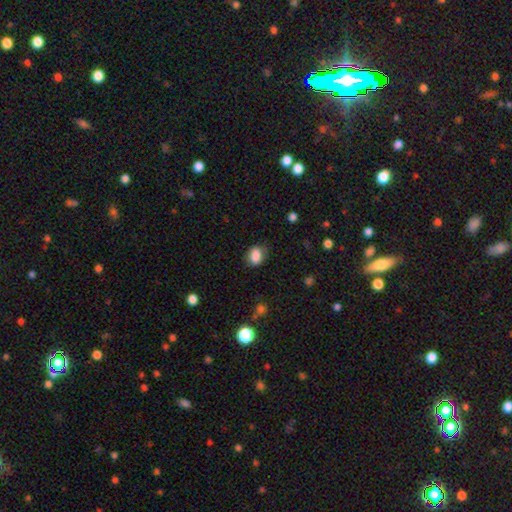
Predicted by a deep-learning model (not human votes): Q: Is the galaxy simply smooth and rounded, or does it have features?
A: smooth — 84%.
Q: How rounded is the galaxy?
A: in between — 66%.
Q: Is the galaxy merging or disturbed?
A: none — 74%.